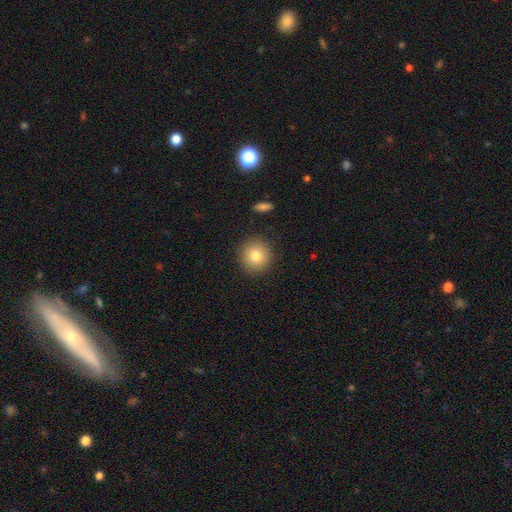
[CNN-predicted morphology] This appears to be a smooth galaxy with no disk features (80%) that is round (94%). Merging: none (90%).